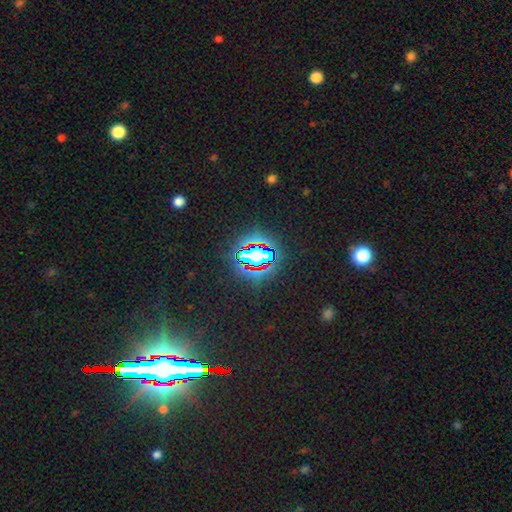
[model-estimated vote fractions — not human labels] Q: Smooth or featured?
A: star or artifact (70%); runner-up: smooth (18%)